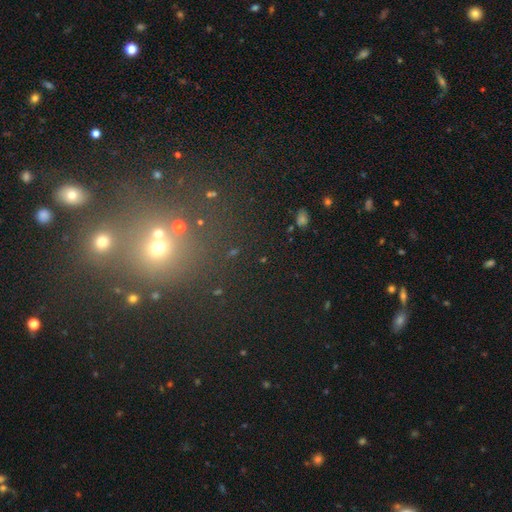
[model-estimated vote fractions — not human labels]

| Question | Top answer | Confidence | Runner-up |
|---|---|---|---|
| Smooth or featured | star or artifact | 58% | smooth (31%) |